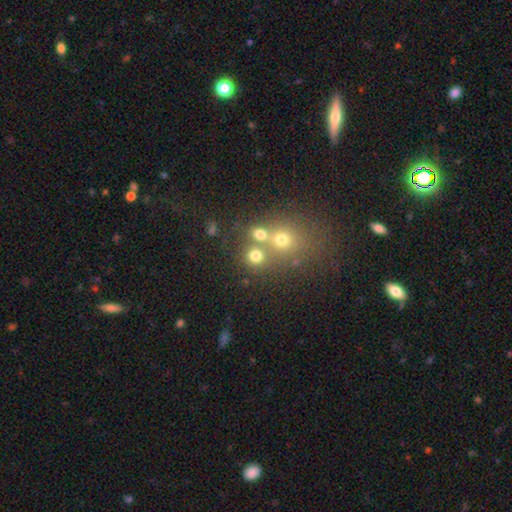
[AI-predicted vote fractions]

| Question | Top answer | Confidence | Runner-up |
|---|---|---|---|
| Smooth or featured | smooth | 70% | star or artifact (18%) |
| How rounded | round | 84% | in between (15%) |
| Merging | none | 53% | merger (34%) |